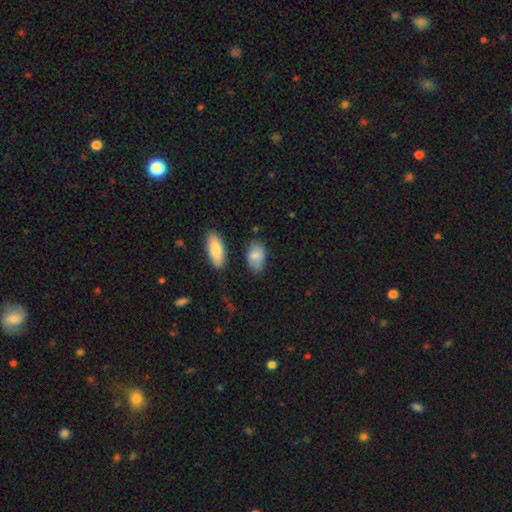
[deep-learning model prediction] This appears to be a smooth galaxy with no disk features (81%) that is in between round and cigar-shaped (92%). Merging: none (72%).